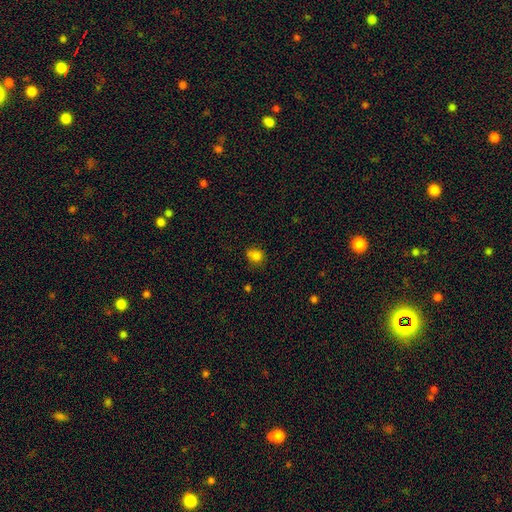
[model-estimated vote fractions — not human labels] Smooth or featured? Predicted: smooth (p=0.79). How rounded? Predicted: round (p=0.67). Merging? Predicted: none (p=0.57).